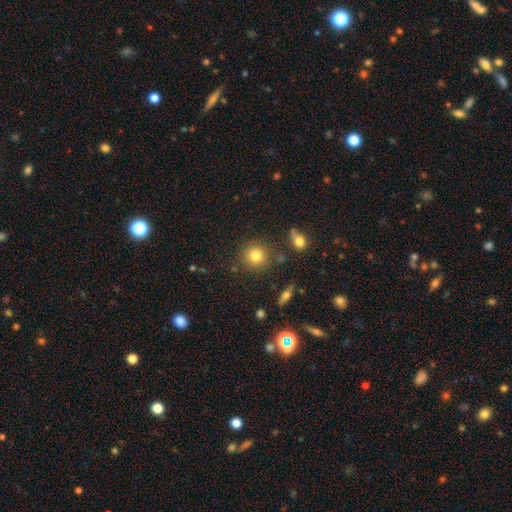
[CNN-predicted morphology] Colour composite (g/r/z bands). It shows a smooth galaxy with no disk features (80%) that is round (91%). Merging: none (83%).